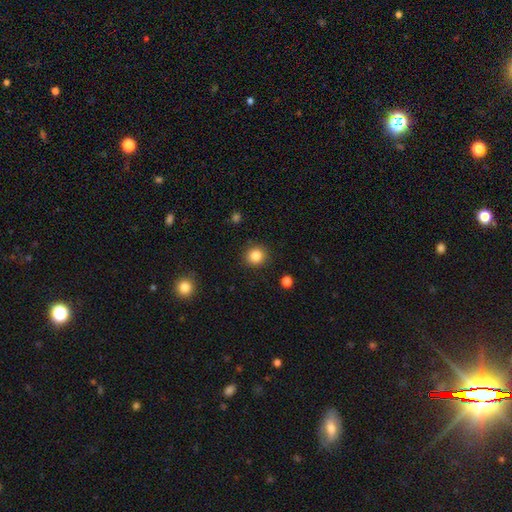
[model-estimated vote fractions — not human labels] smooth-or-featured: smooth: 84% | star or artifact: 11% | featured or disk: 5%
  how-rounded: round: 90% | in between: 9% | cigar-shaped: 1%
  merging: none: 89% | minor disturbance: 7% | major disturbance: 2% | merger: 1%